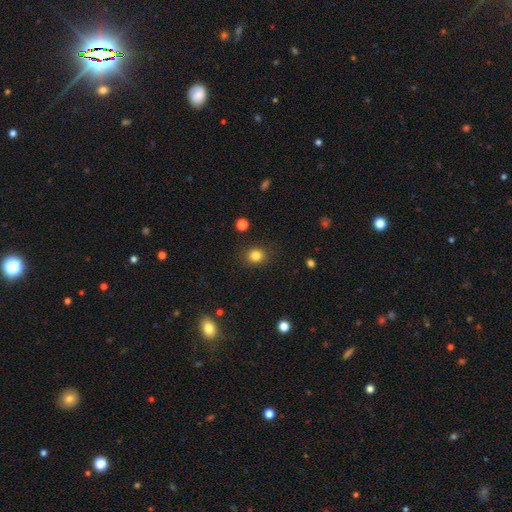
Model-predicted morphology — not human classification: smooth_or_featured: smooth (p=0.83) [alt: star or artifact p=0.12]
how_rounded: round (p=0.75) [alt: in between p=0.24]
merging: none (p=0.88) [alt: minor disturbance p=0.08]